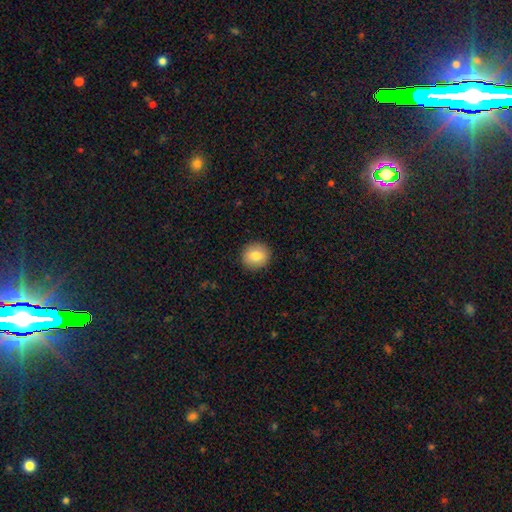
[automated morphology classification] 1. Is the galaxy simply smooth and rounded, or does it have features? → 82% smooth, 10% featured or disk, 8% star or artifact.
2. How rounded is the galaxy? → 89% round, 10% in between, 1% cigar-shaped.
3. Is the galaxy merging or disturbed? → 92% none, 6% minor disturbance, 2% major disturbance, 1% merger.